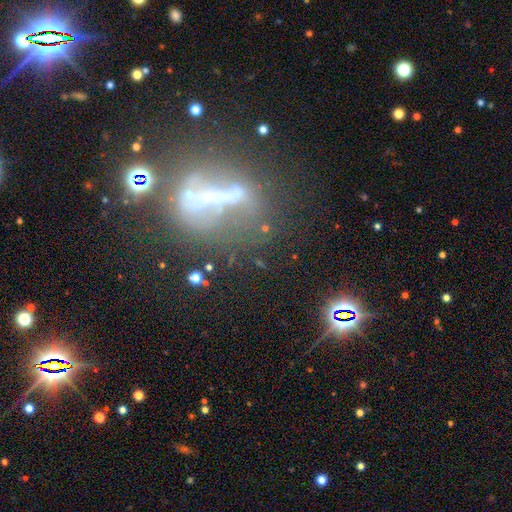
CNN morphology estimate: Q: Smooth or featured?
A: featured or disk (53%); runner-up: star or artifact (28%)
Q: Edge-on disk?
A: no (68%); runner-up: yes (32%)
Q: Merging?
A: none (43%); runner-up: major disturbance (27%)